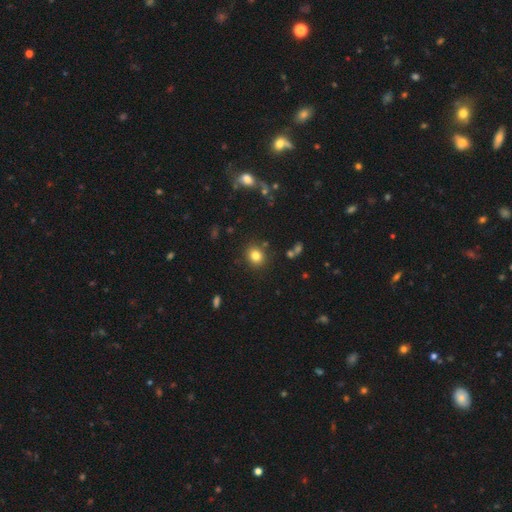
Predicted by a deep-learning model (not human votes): smooth 81%, star or artifact 12%, featured or disk 7%. Down the decision tree: how rounded — round (76%); merging — none (87%).